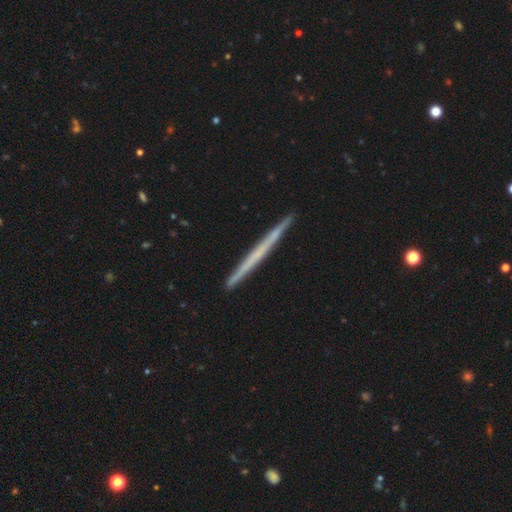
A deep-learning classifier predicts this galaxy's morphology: Smooth or featured?
  - featured or disk: 54% *
  - smooth: 40%
  - star or artifact: 6%
Edge-on disk?
  - yes: 97% *
  - no: 3%
Edge-on bulge?
  - none: 92% *
  - rounded: 6%
  - boxy: 2%
Merging?
  - none: 91% *
  - minor disturbance: 7%
  - merger: 1%
  - major disturbance: 1%